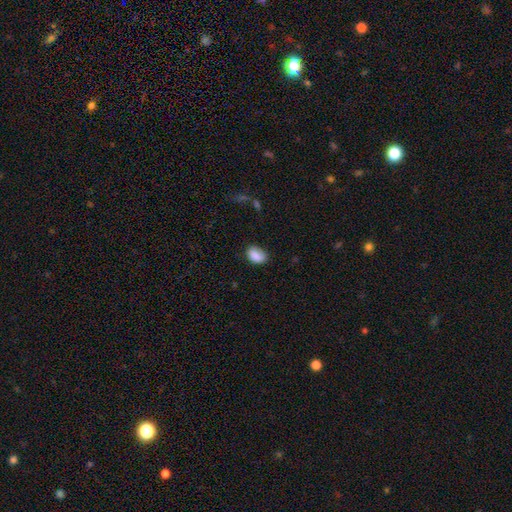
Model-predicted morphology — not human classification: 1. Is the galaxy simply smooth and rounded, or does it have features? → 82% smooth, 10% featured or disk, 8% star or artifact.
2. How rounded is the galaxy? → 80% in between, 19% round, 1% cigar-shaped.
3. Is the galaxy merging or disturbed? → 68% none, 23% minor disturbance, 6% major disturbance, 2% merger.